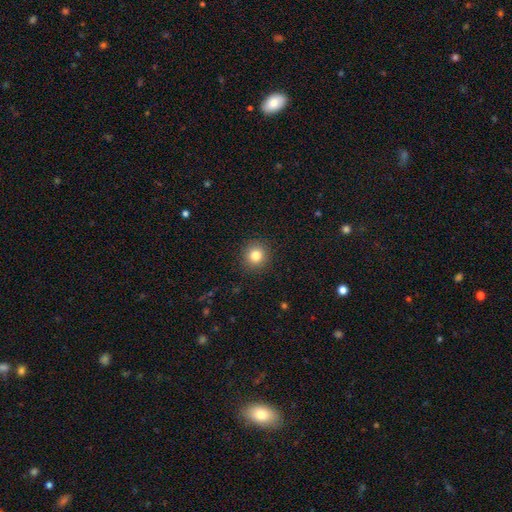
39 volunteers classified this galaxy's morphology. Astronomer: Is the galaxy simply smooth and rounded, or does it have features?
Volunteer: smooth — 90%.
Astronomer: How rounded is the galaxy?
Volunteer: round — 94%.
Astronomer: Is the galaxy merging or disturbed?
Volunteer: none — 91%.